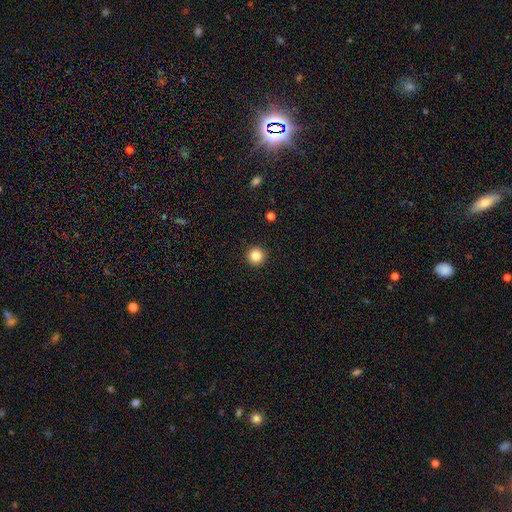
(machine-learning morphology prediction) The model was most divided on "smooth or featured": smooth: 85%, star or artifact: 11%, featured or disk: 5%. More confident: how rounded — round (96%); merging — none (93%).